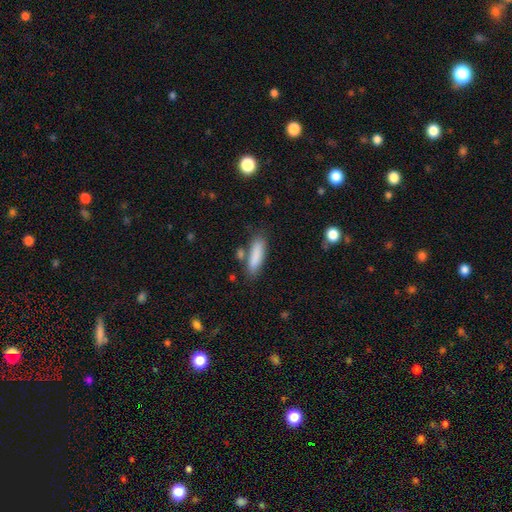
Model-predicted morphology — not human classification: smooth_or_featured: smooth (p=0.86) [alt: featured or disk p=0.08]
how_rounded: cigar-shaped (p=0.59) [alt: in between p=0.39]
merging: none (p=0.72) [alt: minor disturbance p=0.14]